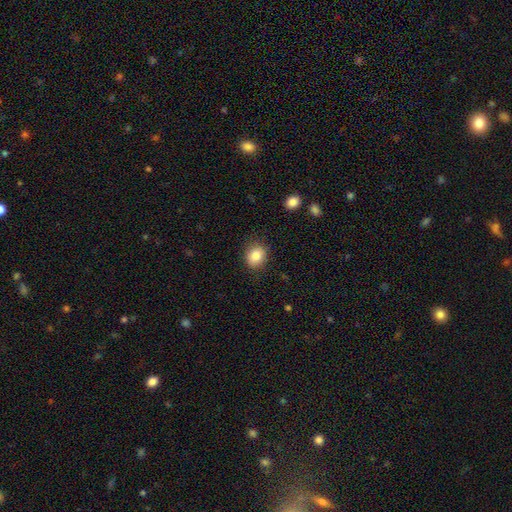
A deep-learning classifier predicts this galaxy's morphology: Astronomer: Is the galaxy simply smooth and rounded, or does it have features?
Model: smooth — 85%.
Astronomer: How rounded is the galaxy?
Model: round — 58% (runner-up: in between, 41%).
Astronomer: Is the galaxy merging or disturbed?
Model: none — 85%.